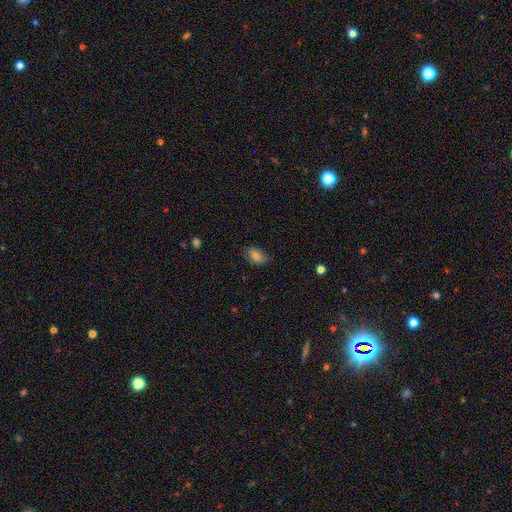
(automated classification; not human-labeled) smooth 75%, featured or disk 16%, star or artifact 10%. Down the decision tree: how rounded — in between (89%); merging — none (72%).